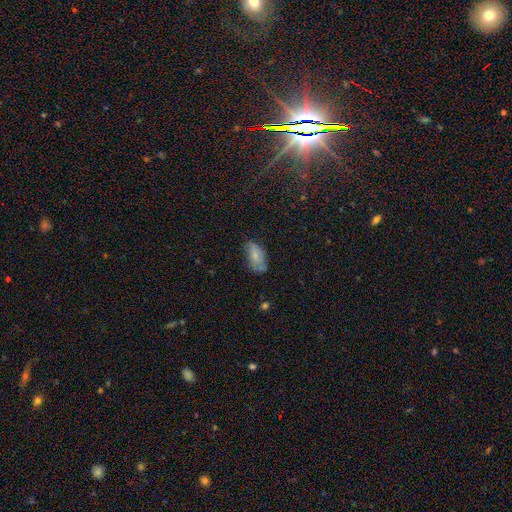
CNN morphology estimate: A smooth galaxy with no disk features (65%) that is in between round and cigar-shaped (92%).

Vote fractions:
- Smooth or featured? smooth: 65% / featured or disk: 25% / star or artifact: 10%
- How rounded? in between: 92% / round: 4% / cigar-shaped: 4%
- Merging? none: 55% / minor disturbance: 31% / major disturbance: 11% / merger: 3%